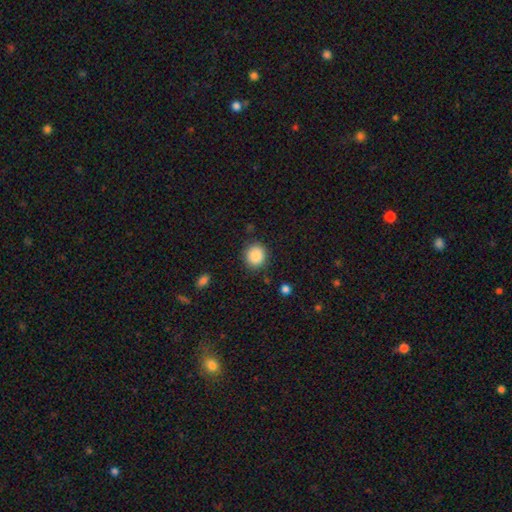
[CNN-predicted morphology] This appears to be a smooth galaxy with no disk features (88%) that is round (83%). Merging: none (87%).